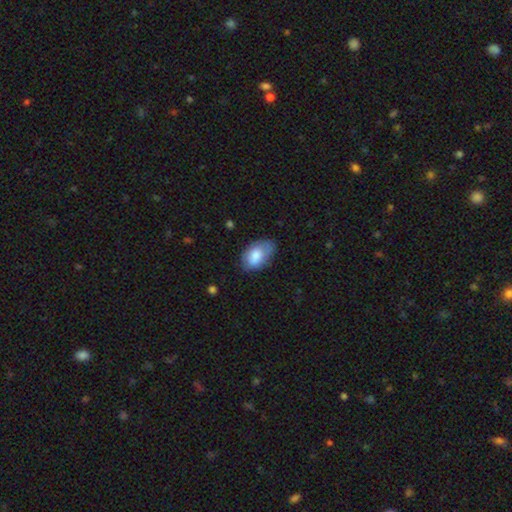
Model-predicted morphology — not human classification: Smooth or featured? smooth (79%)
How rounded? in between (92%)
Merging? none (62%)